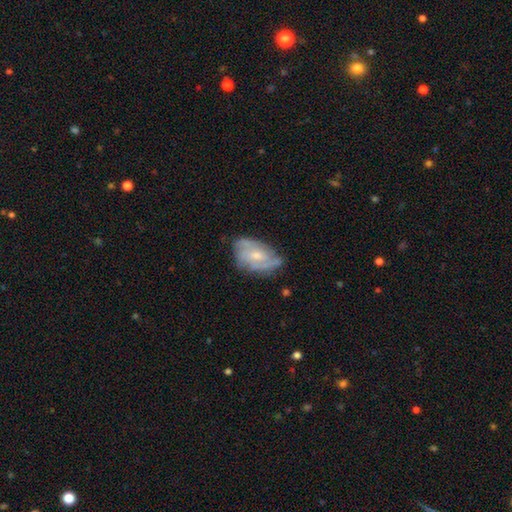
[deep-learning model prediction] A featured or disk galaxy (73%) with no bar (54%), 2 (42%) medium (42%, tied with tight) spiral arms (86%) and a small central bulge (46%). Merging: none (61%).